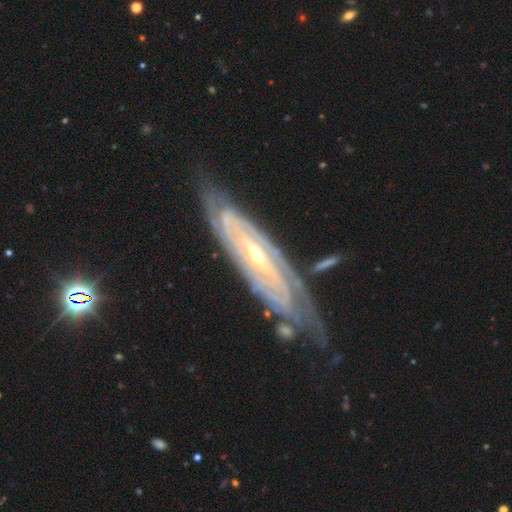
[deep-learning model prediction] Q: Smooth or featured?
A: featured or disk (89%); runner-up: smooth (6%)
Q: Edge-on disk?
A: no (81%); runner-up: yes (19%)
Q: Bar?
A: no (38%); runner-up: weak (35%)
Q: Spiral arms?
A: yes (96%); runner-up: no (4%)
Q: Spiral winding?
A: tight (76%); runner-up: medium (20%)
Q: Spiral arm count?
A: can't tell (38%); runner-up: 2 (26%)
Q: Bulge size?
A: small (61%); runner-up: moderate (36%)
Q: Merging?
A: none (70%); runner-up: minor disturbance (20%)